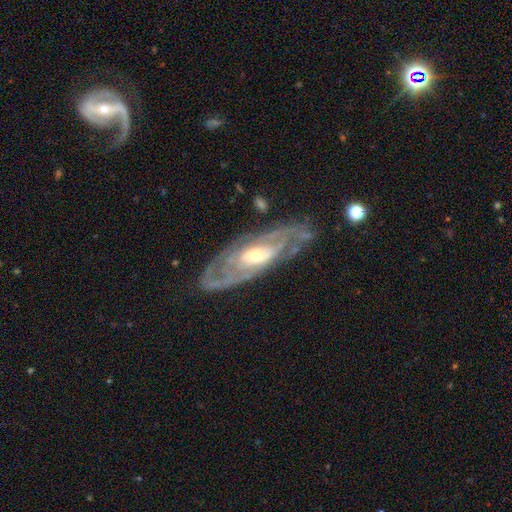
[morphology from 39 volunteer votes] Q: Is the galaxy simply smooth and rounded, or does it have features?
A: featured or disk — 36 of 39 (92%).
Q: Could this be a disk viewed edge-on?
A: no — 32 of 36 (89%).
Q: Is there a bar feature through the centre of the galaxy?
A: no — 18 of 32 (56%).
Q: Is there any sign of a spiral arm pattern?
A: yes — 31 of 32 (97%).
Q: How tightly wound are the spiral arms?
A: tight — 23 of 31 (74%).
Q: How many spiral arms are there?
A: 2 — 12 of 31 (39%).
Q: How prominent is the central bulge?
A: small — 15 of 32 (47%).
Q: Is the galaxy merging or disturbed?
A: none — 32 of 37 (86%).